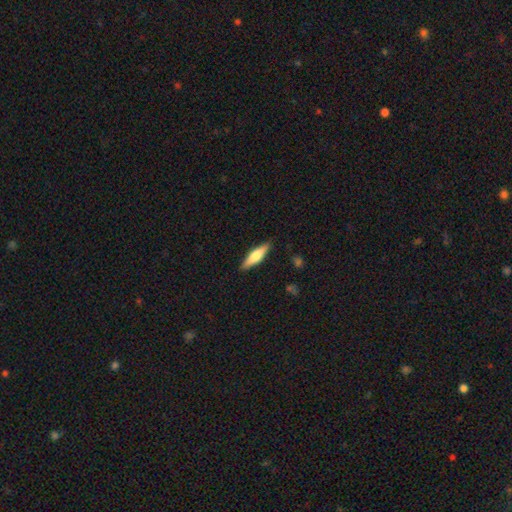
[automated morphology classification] smooth 56%, featured or disk 38%, star or artifact 6%. Down the decision tree: how rounded — cigar-shaped (72%); merging — none (88%).